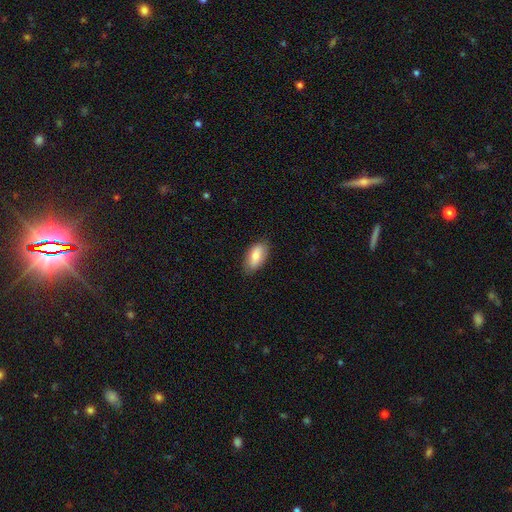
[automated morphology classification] Smooth or featured: smooth — 78% (featured or disk — 16%)
How rounded: in between — 92% (cigar-shaped — 5%)
Merging: none — 82% (minor disturbance — 14%)